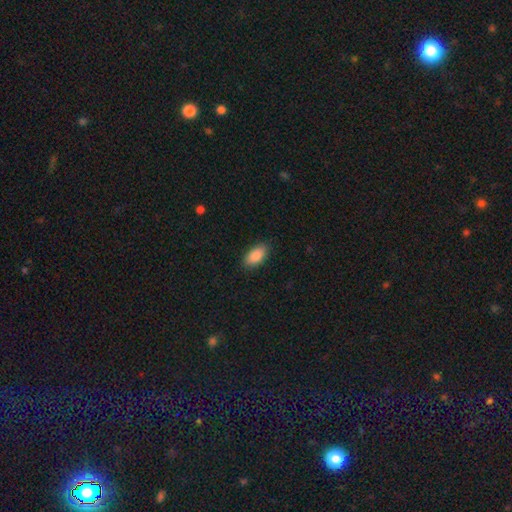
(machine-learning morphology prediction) Smooth or featured: smooth — 88% (star or artifact — 7%)
How rounded: in between — 93% (cigar-shaped — 5%)
Merging: none — 87% (minor disturbance — 10%)